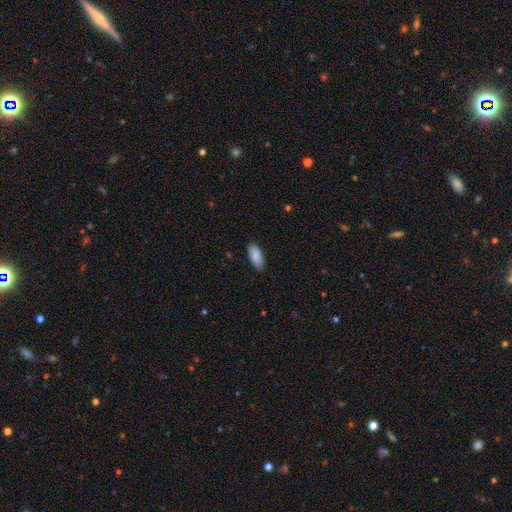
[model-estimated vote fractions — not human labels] Morphology: type=smooth (88%); roundness=in between (84%); merging=none (85%).